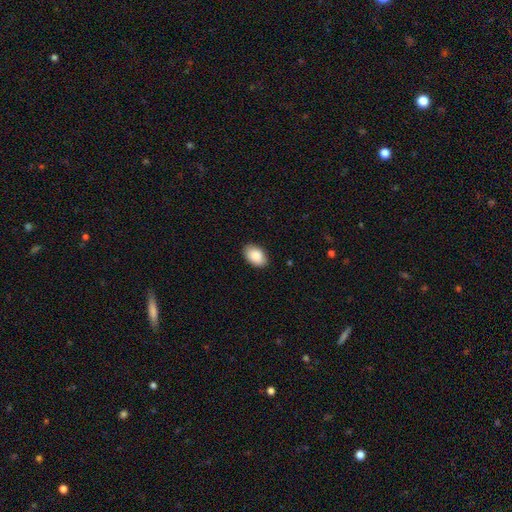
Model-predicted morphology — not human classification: smooth_or_featured: smooth (p=0.89) [alt: star or artifact p=0.06]
how_rounded: in between (p=0.89) [alt: round p=0.09]
merging: none (p=0.87) [alt: minor disturbance p=0.10]